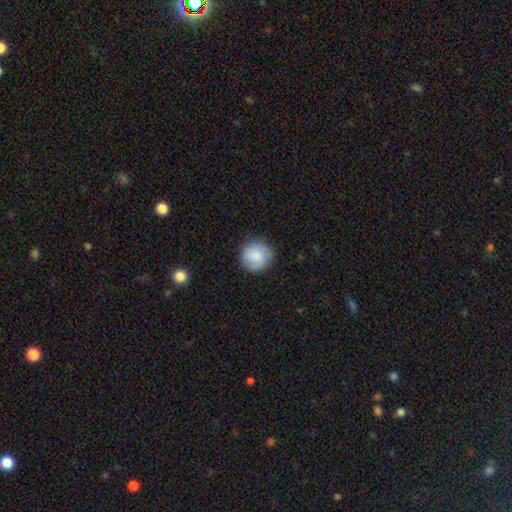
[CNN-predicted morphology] Smooth or featured? smooth (81%)
How rounded? round (93%)
Merging? none (86%)